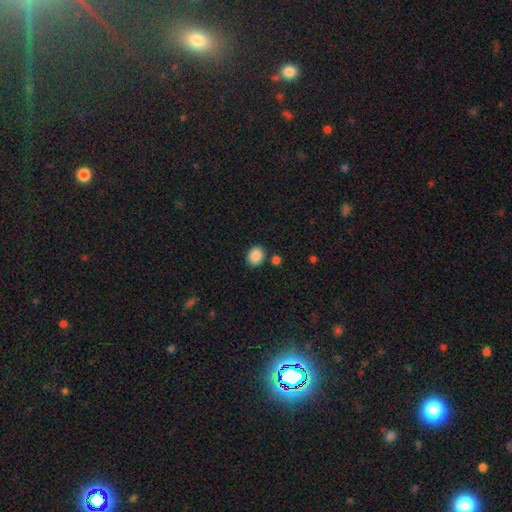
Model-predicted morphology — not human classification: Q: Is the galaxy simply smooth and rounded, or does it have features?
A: smooth — 88%.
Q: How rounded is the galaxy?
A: round — 60%.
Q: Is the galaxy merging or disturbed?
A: none — 83%.